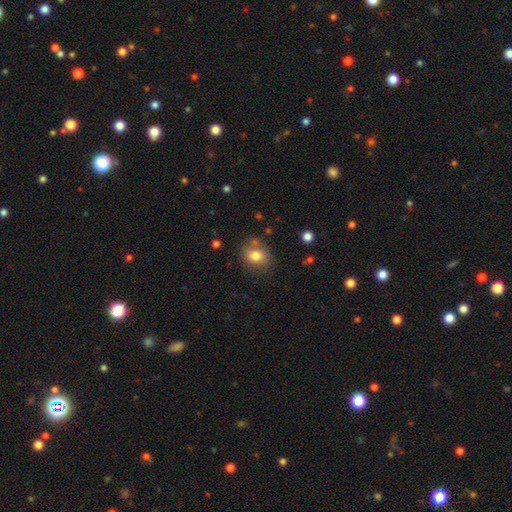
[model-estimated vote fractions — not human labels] Smooth or featured? smooth (79%)
How rounded? round (55%)
Merging? none (71%)